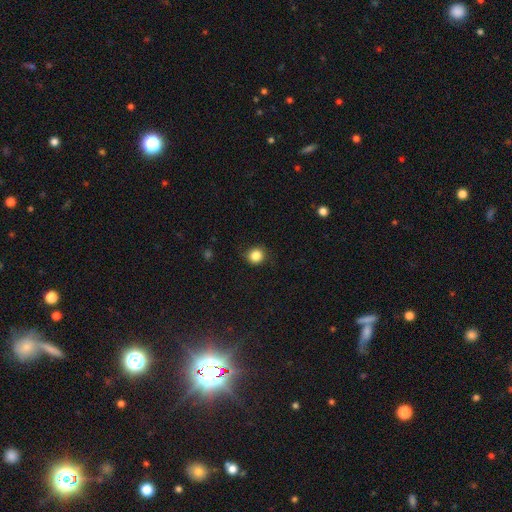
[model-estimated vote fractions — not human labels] Q: Smooth or featured?
A: smooth (84%); runner-up: star or artifact (11%)
Q: How rounded?
A: round (90%); runner-up: in between (9%)
Q: Merging?
A: none (85%); runner-up: minor disturbance (11%)